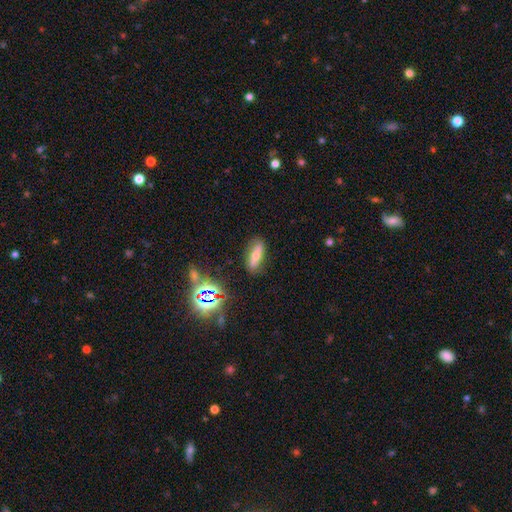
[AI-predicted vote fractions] This is possibly a smooth galaxy (60%). How rounded: possibly in between (56%). Merging: likely none (79%).